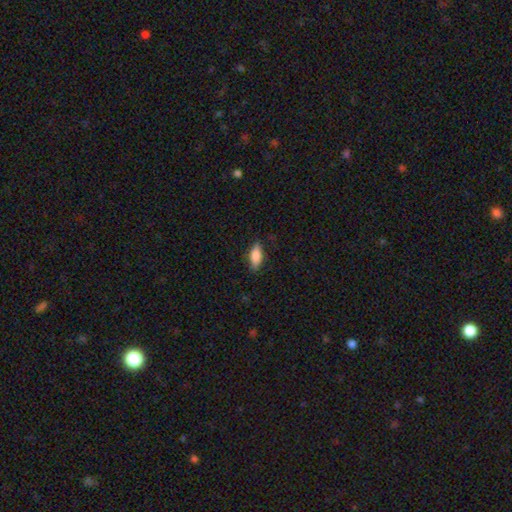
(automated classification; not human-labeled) smooth_or_featured: smooth (p=0.82) [alt: featured or disk p=0.11]
how_rounded: in between (p=0.76) [alt: cigar-shaped p=0.21]
merging: none (p=0.83) [alt: minor disturbance p=0.13]